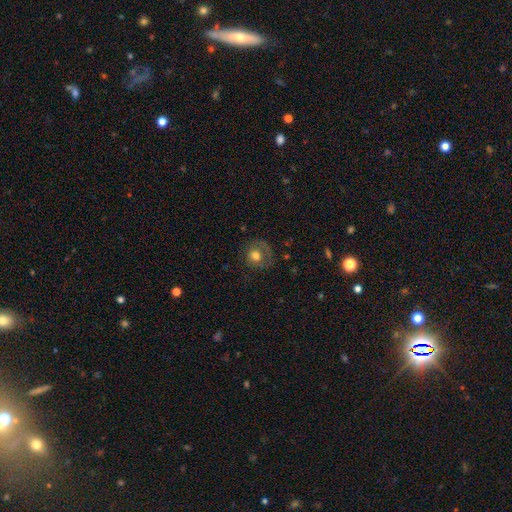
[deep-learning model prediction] Smooth or featured?
  - smooth: 63% *
  - featured or disk: 27%
  - star or artifact: 10%
How rounded?
  - round: 83% *
  - in between: 16%
  - cigar-shaped: 1%
Merging?
  - none: 65% *
  - minor disturbance: 19%
  - major disturbance: 14%
  - merger: 2%